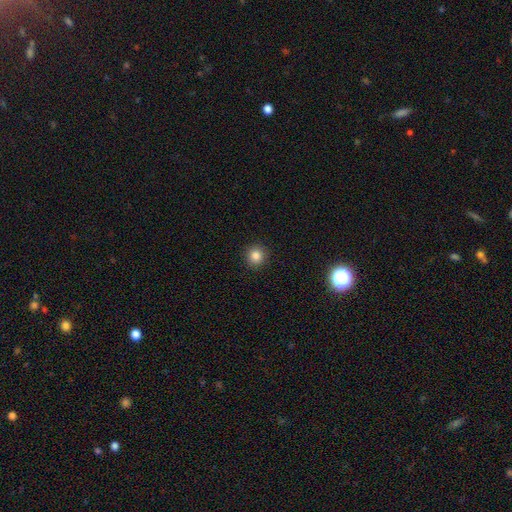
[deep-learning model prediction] Morphology: type=smooth (84%); roundness=round (92%); merging=none (92%).